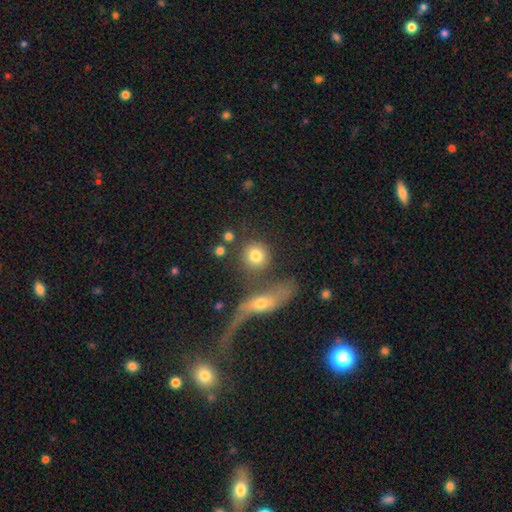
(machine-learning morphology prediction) A smooth galaxy with no disk features (78%) that is round (85%).

Vote fractions:
- Smooth or featured? smooth: 78% / featured or disk: 13% / star or artifact: 9%
- How rounded? round: 85% / in between: 12% / cigar-shaped: 3%
- Merging? none: 63% / merger: 21% / minor disturbance: 10% / major disturbance: 6%